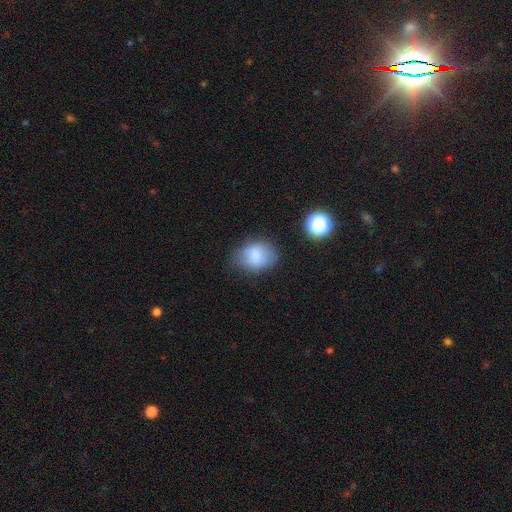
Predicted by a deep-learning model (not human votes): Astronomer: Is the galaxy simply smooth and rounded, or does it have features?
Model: smooth — 78%.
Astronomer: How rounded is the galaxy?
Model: in between — 62%.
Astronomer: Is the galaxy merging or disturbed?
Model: none — 65%.